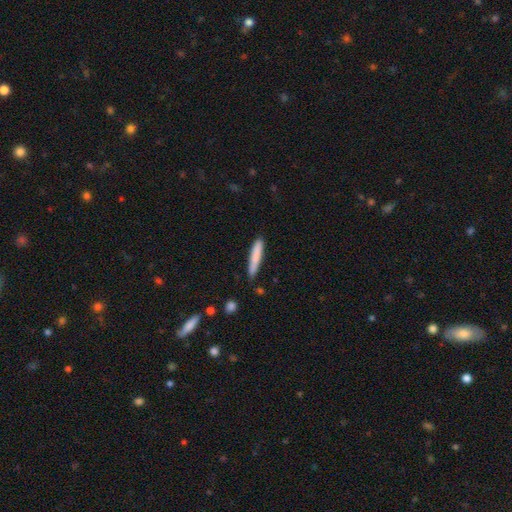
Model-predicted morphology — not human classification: Smooth or featured? Predicted: smooth (p=0.79). How rounded? Predicted: cigar-shaped (p=0.92). Merging? Predicted: none (p=0.80).